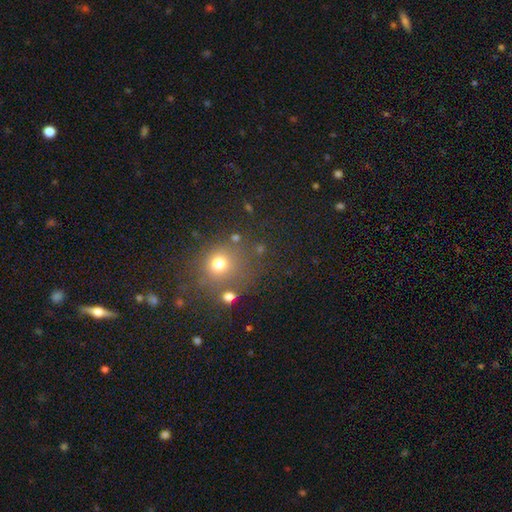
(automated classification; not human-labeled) Smooth or featured? smooth (49%)
Merging? none (77%)